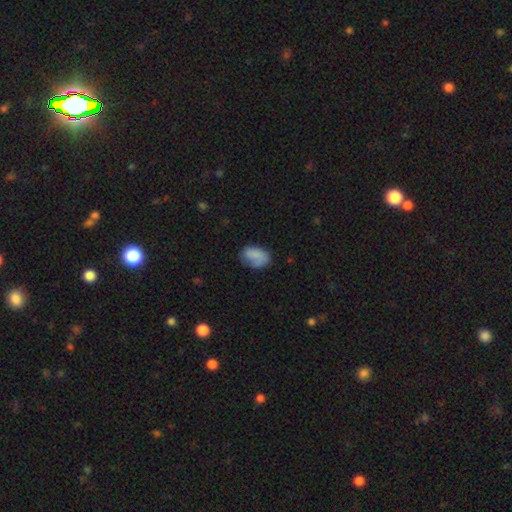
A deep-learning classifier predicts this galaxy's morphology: A smooth galaxy with no disk features (79%) that is in between round and cigar-shaped (85%).

Vote fractions:
- Smooth or featured? smooth: 79% / featured or disk: 13% / star or artifact: 8%
- How rounded? in between: 85% / round: 13% / cigar-shaped: 1%
- Merging? none: 58% / minor disturbance: 28% / major disturbance: 11% / merger: 2%